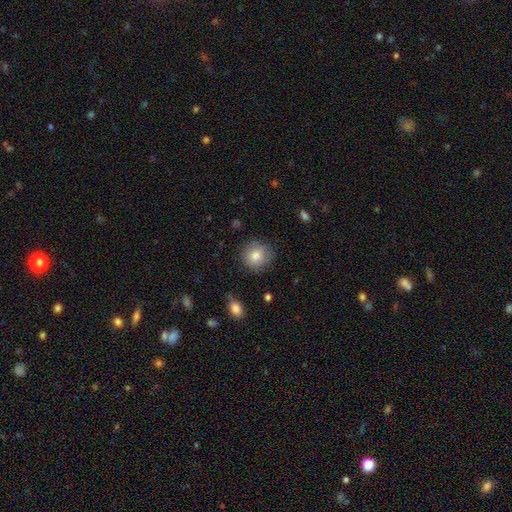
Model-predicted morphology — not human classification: Smooth or featured?
  - smooth: 79% *
  - featured or disk: 12%
  - star or artifact: 9%
How rounded?
  - round: 89% *
  - in between: 10%
  - cigar-shaped: 1%
Merging?
  - none: 80% *
  - minor disturbance: 15%
  - major disturbance: 4%
  - merger: 1%